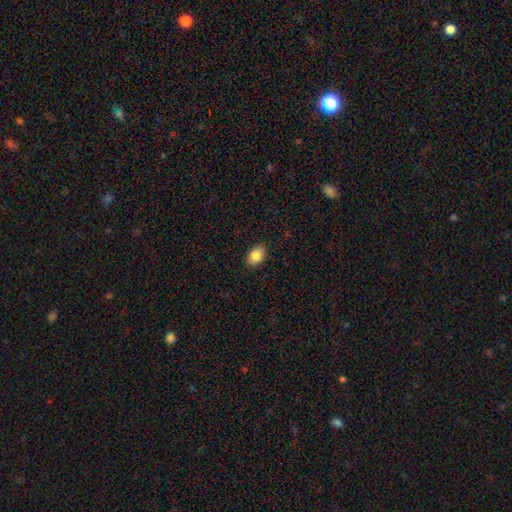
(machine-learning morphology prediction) smooth_or_featured: smooth (p=0.86) [alt: star or artifact p=0.08]
how_rounded: in between (p=0.85) [alt: round p=0.13]
merging: none (p=0.89) [alt: minor disturbance p=0.08]